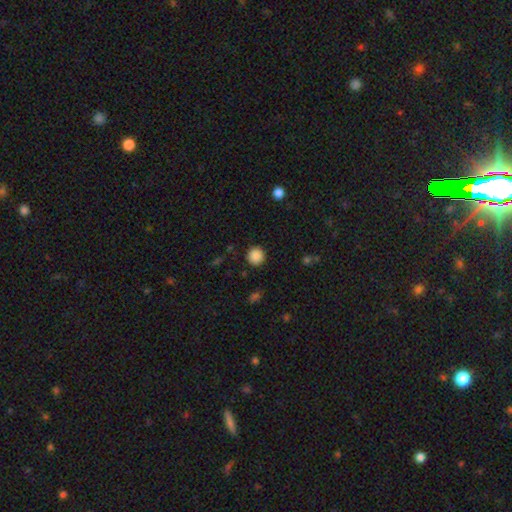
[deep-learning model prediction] smooth 87%, star or artifact 10%, featured or disk 3%. Down the decision tree: how rounded — round (94%); merging — none (91%).